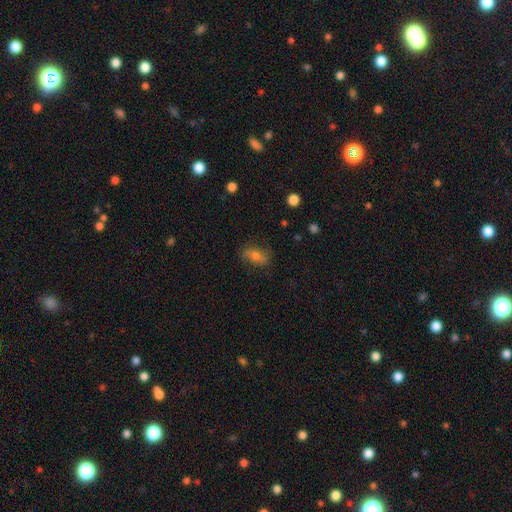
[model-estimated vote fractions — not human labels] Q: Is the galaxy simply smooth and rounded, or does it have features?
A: smooth — 62%.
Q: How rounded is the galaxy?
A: in between — 79%.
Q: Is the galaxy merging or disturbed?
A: none — 79%.